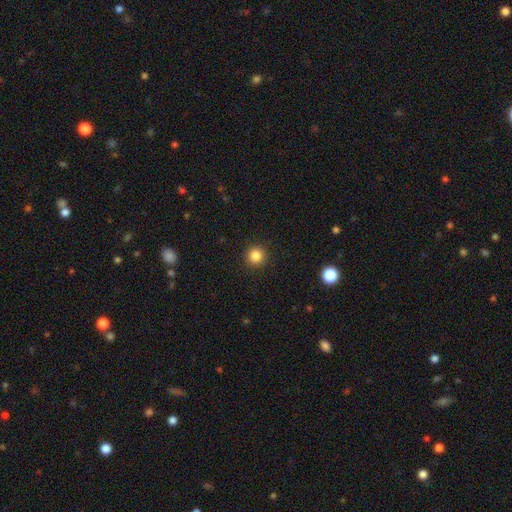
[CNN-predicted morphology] A smooth galaxy with no disk features (84%) that is round (95%). Merging: none (93%).